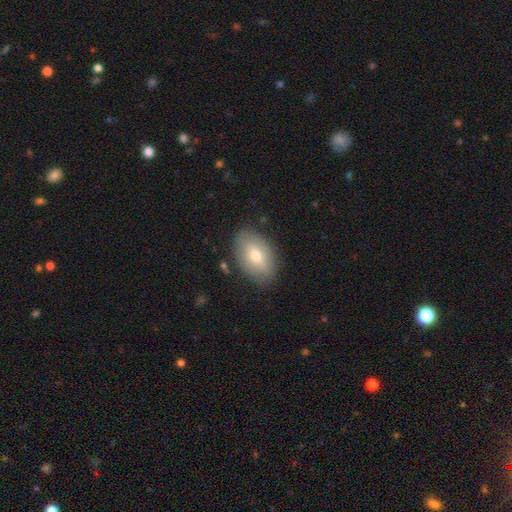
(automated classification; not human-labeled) Smooth or featured? Predicted: smooth (p=0.67). How rounded? Predicted: in between (p=0.90). Merging? Predicted: none (p=0.83).